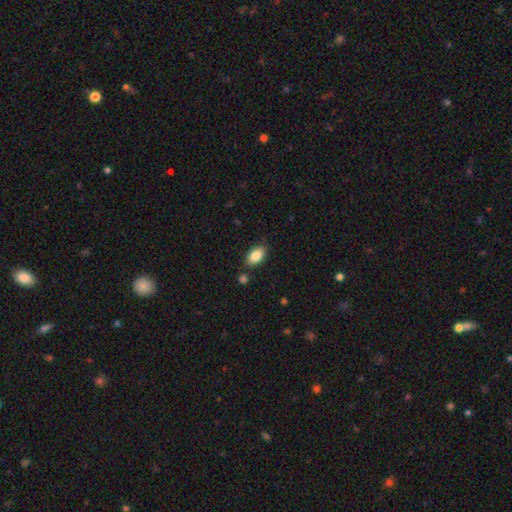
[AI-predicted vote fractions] This is clearly a smooth galaxy (85%). How rounded: clearly in between (92%). Merging: clearly none (82%).